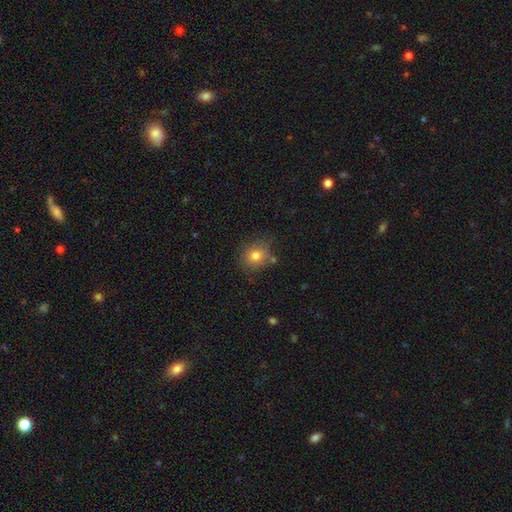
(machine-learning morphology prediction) A smooth galaxy with no disk features (78%) that is round (79%).

Vote fractions:
- Smooth or featured? smooth: 78% / star or artifact: 12% / featured or disk: 11%
- How rounded? round: 79% / in between: 21% / cigar-shaped: 1%
- Merging? none: 75% / minor disturbance: 16% / merger: 5% / major disturbance: 4%